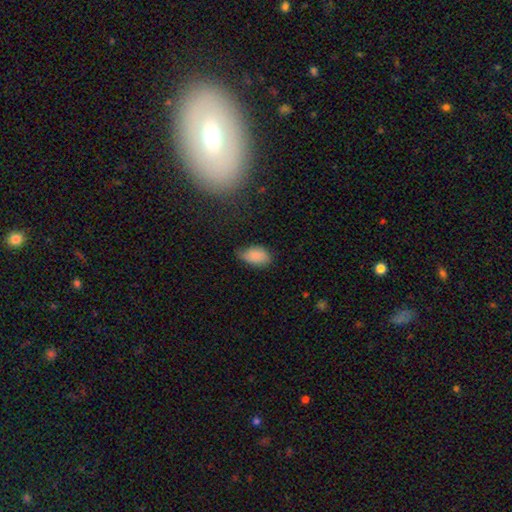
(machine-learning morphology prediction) This is clearly a smooth galaxy (82%). How rounded: clearly in between (90%). Merging: possibly none (51%).